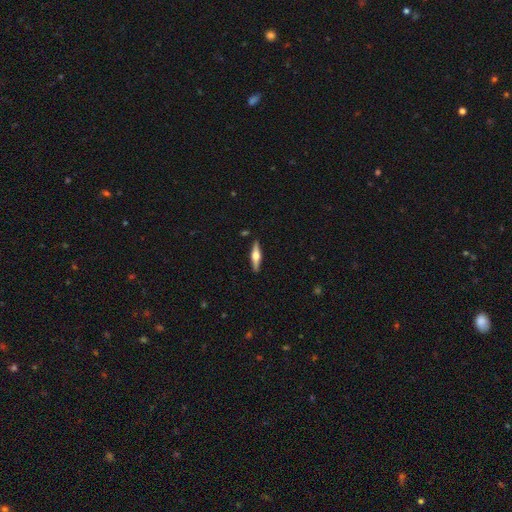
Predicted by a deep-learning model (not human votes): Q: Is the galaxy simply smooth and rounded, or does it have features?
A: featured or disk — 64%.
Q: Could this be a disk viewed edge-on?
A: yes — 97%.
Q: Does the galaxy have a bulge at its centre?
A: rounded — 92%.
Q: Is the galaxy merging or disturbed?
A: none — 90%.